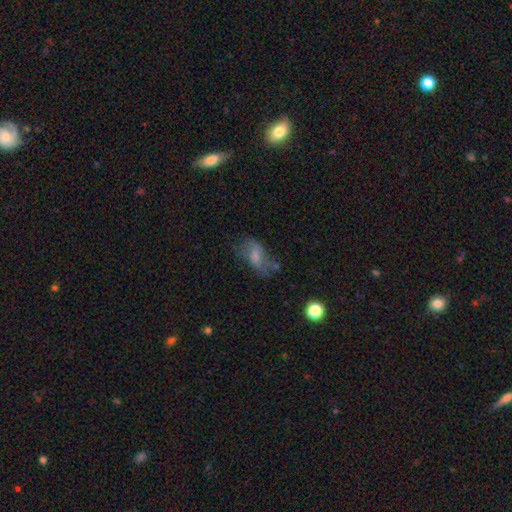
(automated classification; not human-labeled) A smooth galaxy with no disk features (55%) that is in between round and cigar-shaped (86%).

Vote fractions:
- Smooth or featured? smooth: 55% / featured or disk: 33% / star or artifact: 12%
- How rounded? in between: 86% / cigar-shaped: 7% / round: 7%
- Merging? none: 43% / minor disturbance: 26% / major disturbance: 26% / merger: 6%